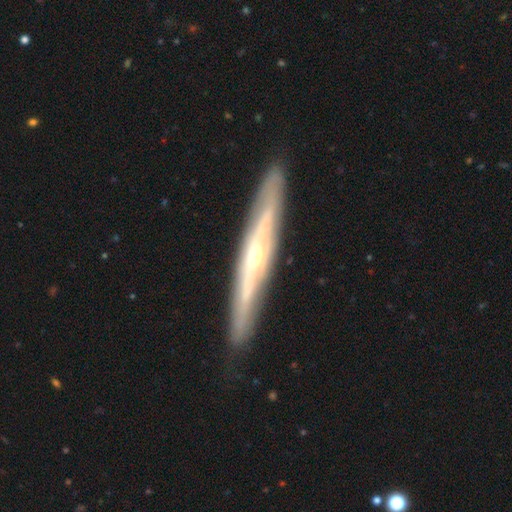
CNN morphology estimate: Smooth or featured?
  - featured or disk: 79% *
  - smooth: 16%
  - star or artifact: 5%
Edge-on disk?
  - yes: 85% *
  - no: 15%
Edge-on bulge?
  - rounded: 73% *
  - none: 23%
  - boxy: 4%
Merging?
  - none: 88% *
  - minor disturbance: 9%
  - major disturbance: 2%
  - merger: 1%